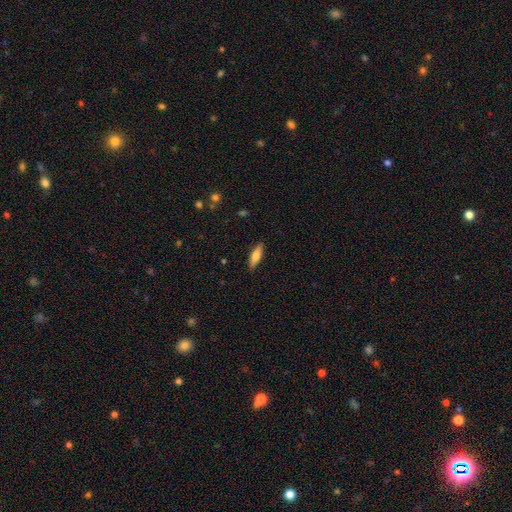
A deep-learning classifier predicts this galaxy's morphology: smooth-or-featured: smooth: 71% | featured or disk: 22% | star or artifact: 6%
  how-rounded: cigar-shaped: 51% | in between: 47% | round: 2%
  merging: none: 87% | minor disturbance: 10% | major disturbance: 2% | merger: 1%